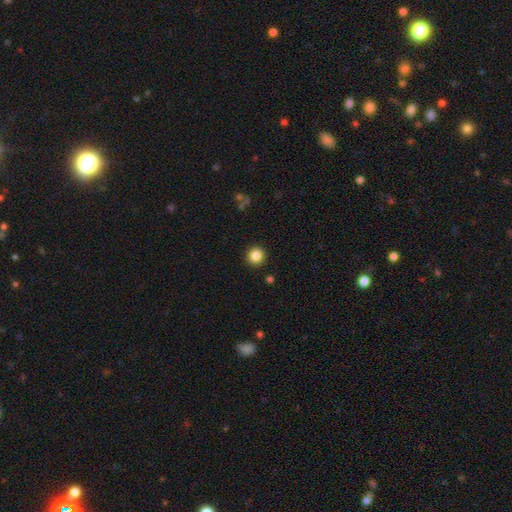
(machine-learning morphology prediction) A smooth galaxy with no disk features (85%) that is round (94%). Merging: none (92%).